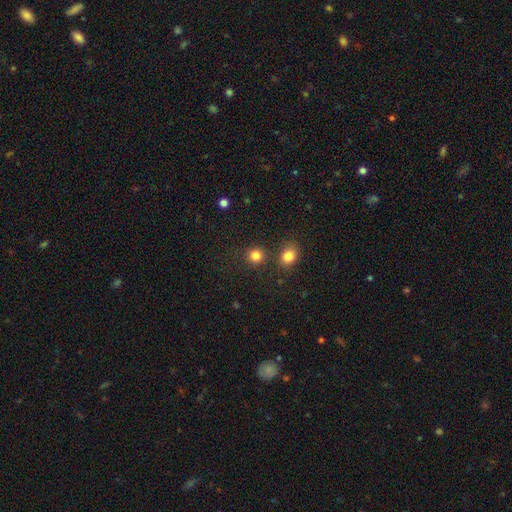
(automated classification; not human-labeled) This appears to be a smooth galaxy with no disk features (83%) that is round (89%). Merging: none (81%).